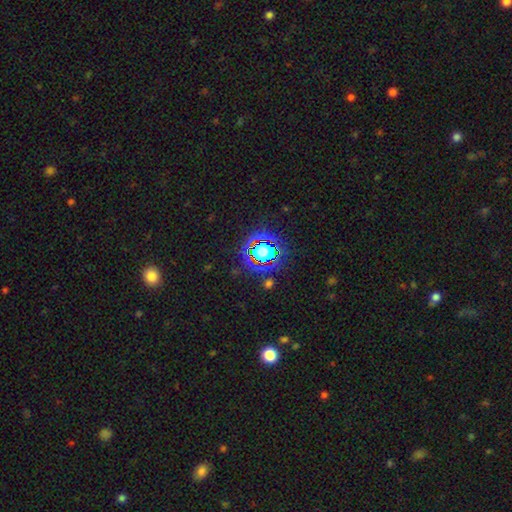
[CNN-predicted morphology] Q: Smooth or featured?
A: star or artifact (73%); runner-up: smooth (18%)